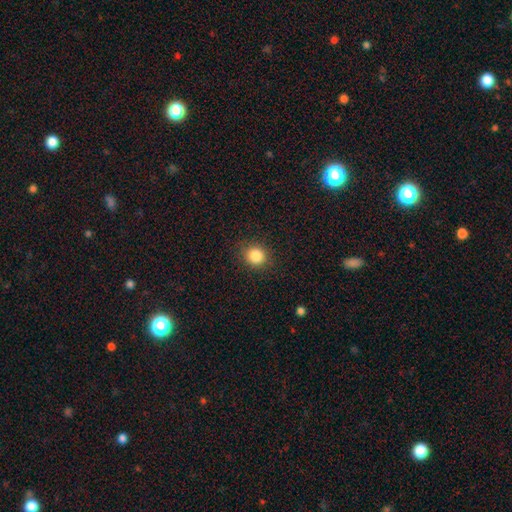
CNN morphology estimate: Smooth or featured? Predicted: smooth (p=0.85). How rounded? Predicted: round (p=0.83). Merging? Predicted: none (p=0.88).